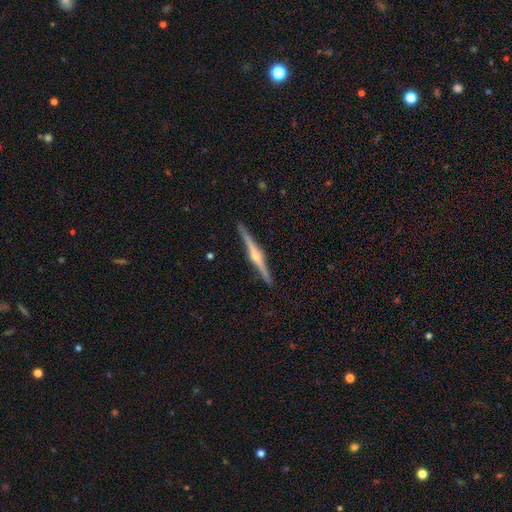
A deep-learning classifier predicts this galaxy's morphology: Smooth or featured: featured or disk — 85% (smooth — 10%)
Edge-on disk: yes — 99% (no — 1%)
Edge-on bulge: rounded — 90% (boxy — 6%)
Merging: none — 92% (minor disturbance — 5%)